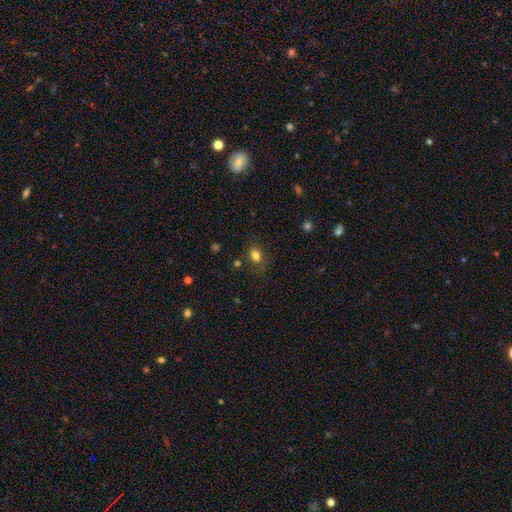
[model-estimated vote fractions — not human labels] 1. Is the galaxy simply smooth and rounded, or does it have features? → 80% smooth, 13% star or artifact, 7% featured or disk.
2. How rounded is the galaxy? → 56% round, 43% in between, 1% cigar-shaped.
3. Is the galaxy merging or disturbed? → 78% none, 14% minor disturbance, 5% major disturbance, 3% merger.